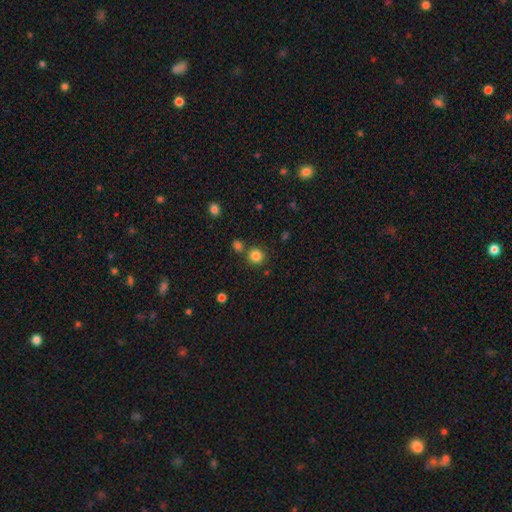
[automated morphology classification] Q: Smooth or featured?
A: smooth (83%); runner-up: star or artifact (12%)
Q: How rounded?
A: round (90%); runner-up: in between (9%)
Q: Merging?
A: none (76%); runner-up: merger (13%)